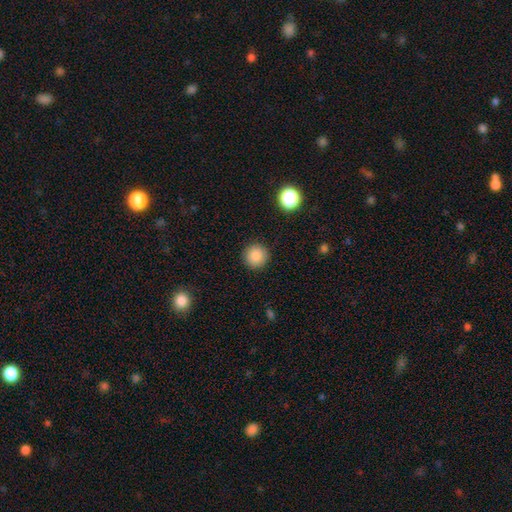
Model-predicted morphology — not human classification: A smooth galaxy with no disk features (86%) that is round (95%). Merging: none (91%).